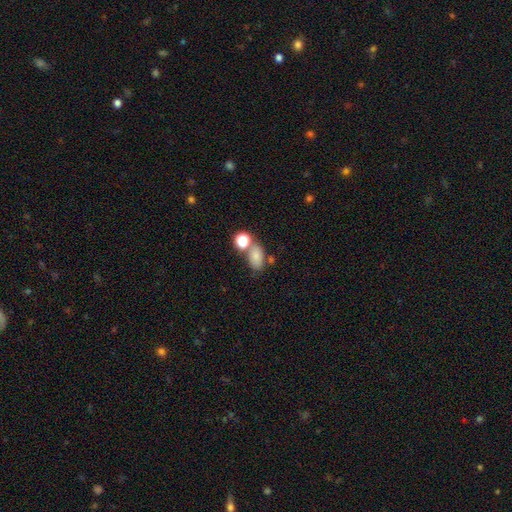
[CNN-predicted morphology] Smooth or featured?
  - smooth: 76% *
  - star or artifact: 13%
  - featured or disk: 11%
How rounded?
  - in between: 81% *
  - round: 17%
  - cigar-shaped: 2%
Merging?
  - none: 53% *
  - merger: 27%
  - minor disturbance: 14%
  - major disturbance: 6%